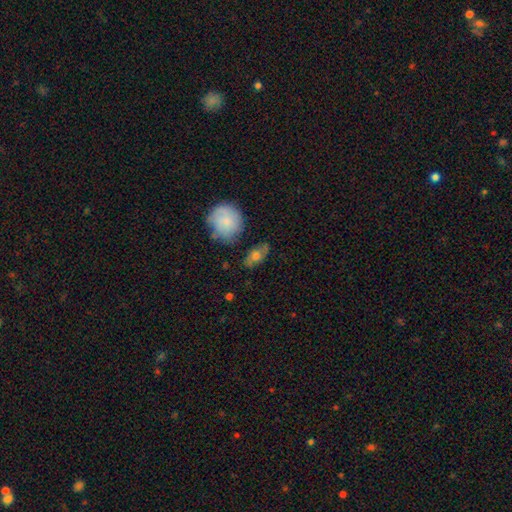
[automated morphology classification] This is possibly a smooth galaxy (59%). How rounded: likely in between (78%). Merging: likely none (69%).